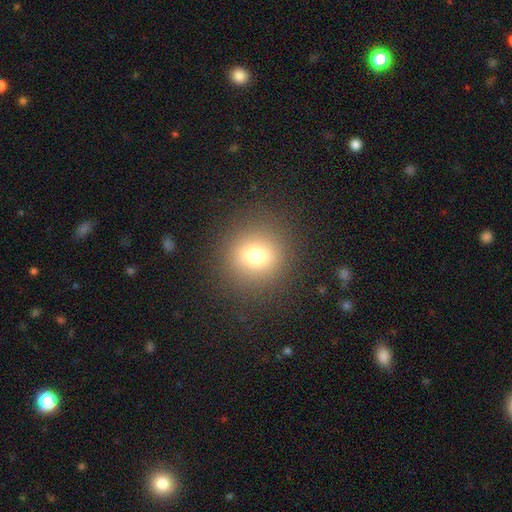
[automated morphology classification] A smooth galaxy with no disk features (74%) that is round (87%).

Vote fractions:
- Smooth or featured? smooth: 74% / star or artifact: 16% / featured or disk: 11%
- How rounded? round: 87% / in between: 12% / cigar-shaped: 1%
- Merging? none: 88% / minor disturbance: 7% / major disturbance: 4% / merger: 1%